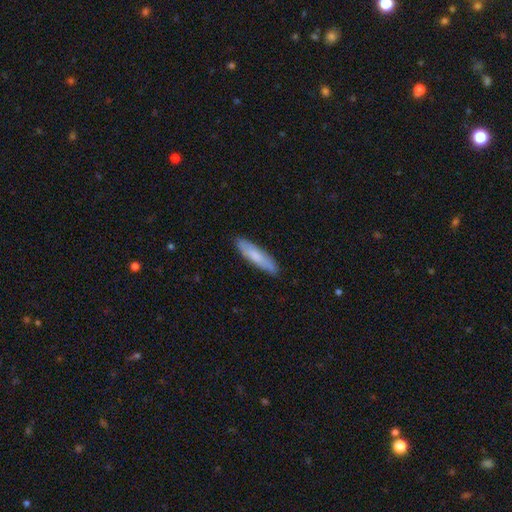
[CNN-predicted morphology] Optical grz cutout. It shows a smooth galaxy with no disk features (72%) that is cigar-shaped (78%). Merging: none (87%).